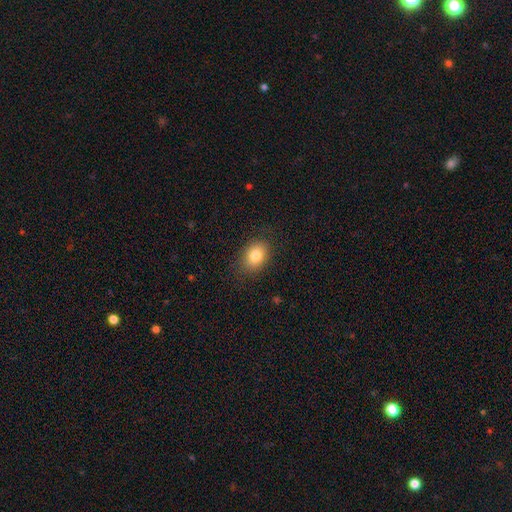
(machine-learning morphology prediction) smooth 81%, featured or disk 10%, star or artifact 9%. Down the decision tree: how rounded — in between (71%); merging — none (84%).